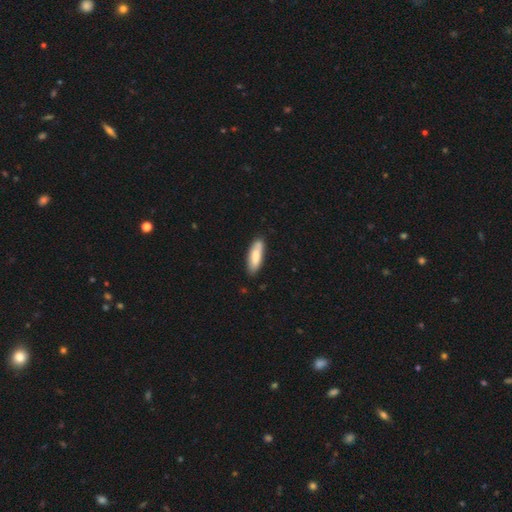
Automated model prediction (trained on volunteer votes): This appears to be a smooth galaxy with no disk features (76%) that is cigar-shaped (50%). Merging: none (81%).